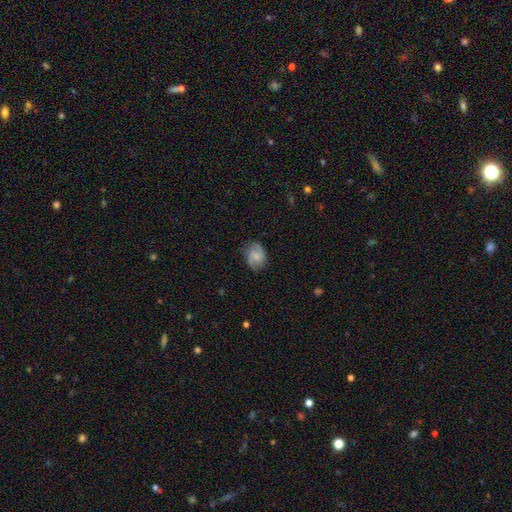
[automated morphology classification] Overall: smooth (48%; featured or disk 43%). Merging: none (72%).